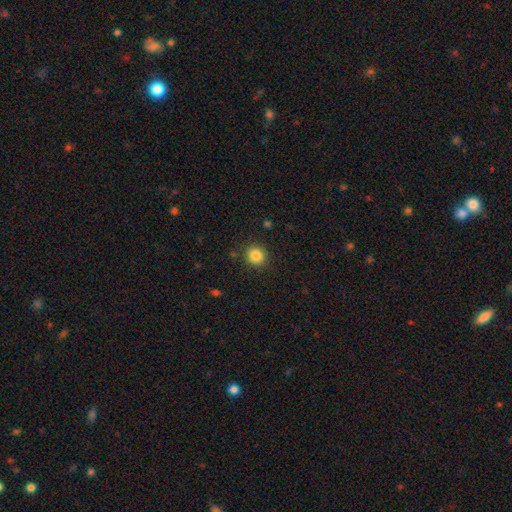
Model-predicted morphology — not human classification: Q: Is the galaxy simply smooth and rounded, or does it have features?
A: smooth — 84%.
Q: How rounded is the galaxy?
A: round — 86%.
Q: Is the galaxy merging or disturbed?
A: none — 88%.